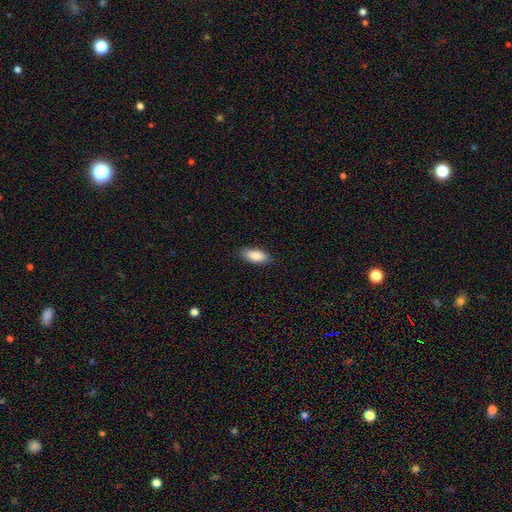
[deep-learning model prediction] Smooth or featured? Predicted: smooth (p=0.87). How rounded? Predicted: in between (p=0.84). Merging? Predicted: none (p=0.86).